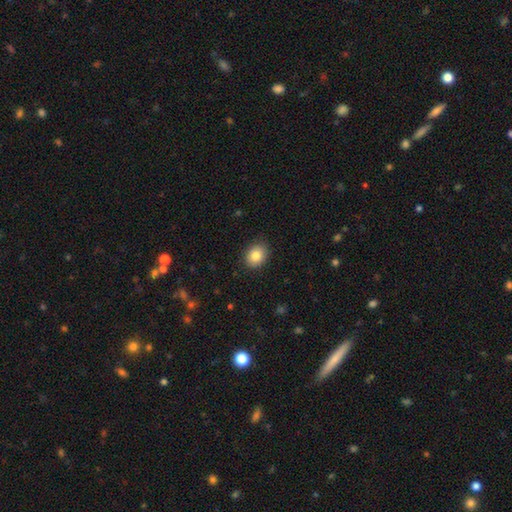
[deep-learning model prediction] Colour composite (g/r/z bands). It shows a smooth galaxy with no disk features (84%) that is in between round and cigar-shaped (53%). Merging: none (87%).